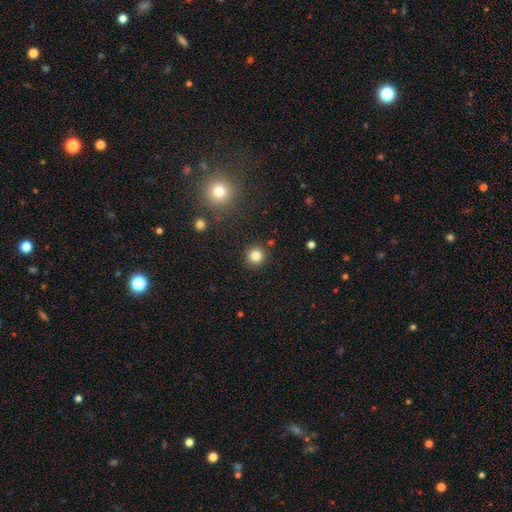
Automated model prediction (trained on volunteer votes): This appears to be a smooth galaxy with no disk features (82%) that is round (94%). Merging: none (89%).